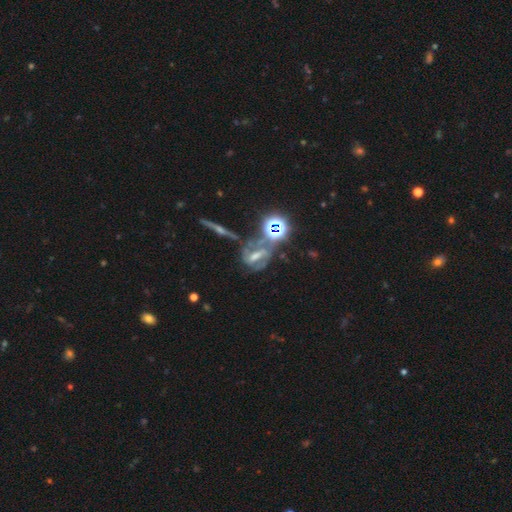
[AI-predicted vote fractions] Smooth or featured? featured or disk (55%)
Edge-on disk? no (81%)
Merging? none (45%)